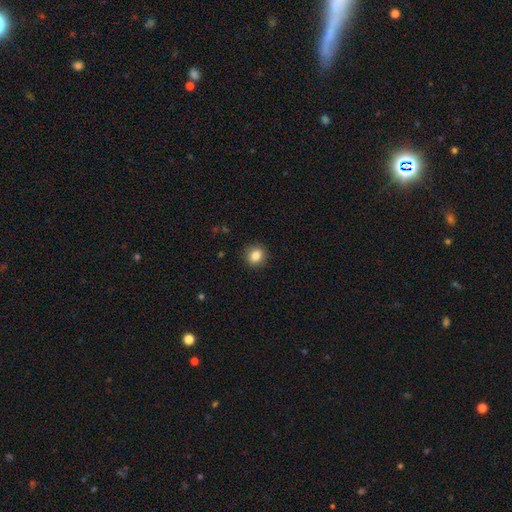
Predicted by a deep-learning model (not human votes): smooth_or_featured: smooth (p=0.84) [alt: star or artifact p=0.10]
how_rounded: round (p=0.86) [alt: in between p=0.13]
merging: none (p=0.91) [alt: minor disturbance p=0.06]